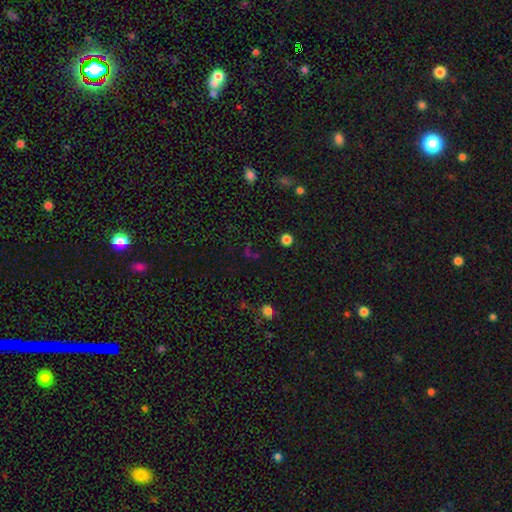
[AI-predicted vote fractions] Smooth or featured? Predicted: star or artifact (p=0.47).